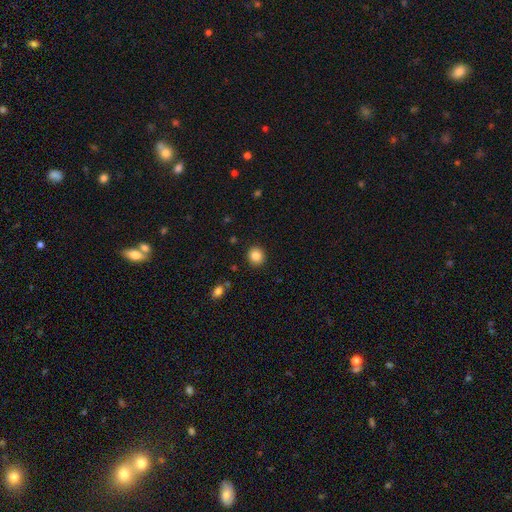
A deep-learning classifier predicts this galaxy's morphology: Smooth or featured? Predicted: smooth (p=0.86). How rounded? Predicted: round (p=0.89). Merging? Predicted: none (p=0.91).